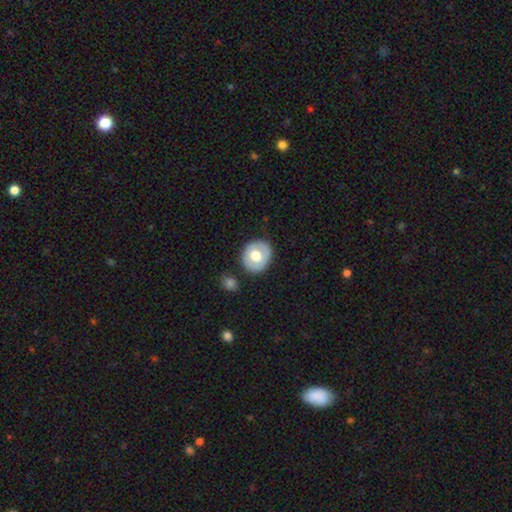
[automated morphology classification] Smooth or featured? Predicted: smooth (p=0.56). How rounded? Predicted: round (p=0.77). Merging? Predicted: none (p=0.82).